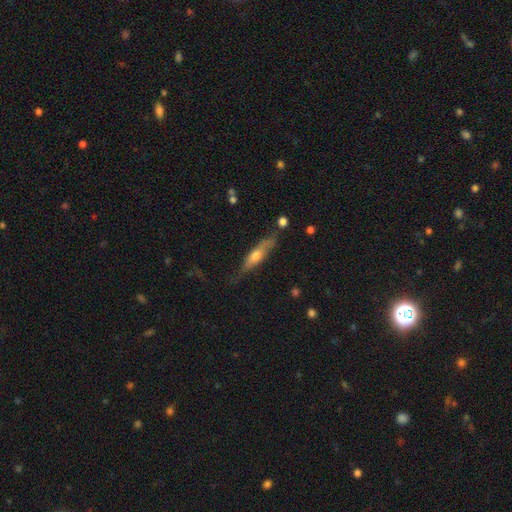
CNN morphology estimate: Overall: featured or disk (47%; smooth 46%). Merging: none (62%; minor disturbance 26%).